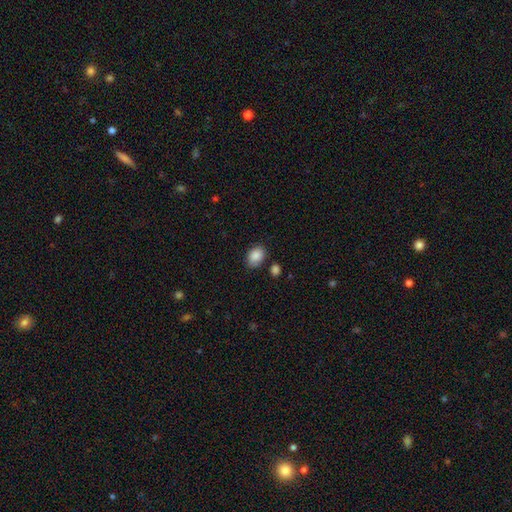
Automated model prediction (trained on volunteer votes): smooth_or_featured: smooth (p=0.88) [alt: star or artifact p=0.08]
how_rounded: in between (p=0.74) [alt: round p=0.25]
merging: none (p=0.77) [alt: minor disturbance p=0.15]